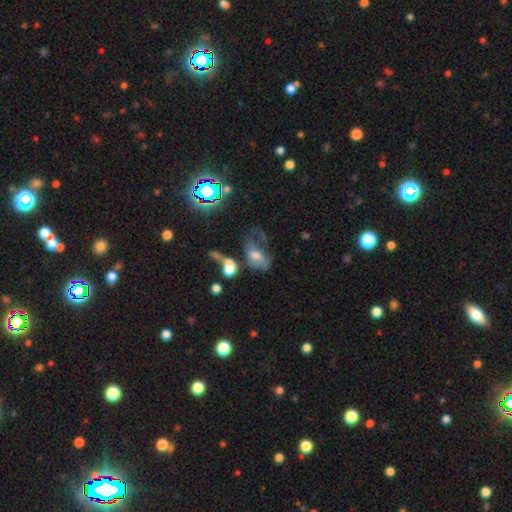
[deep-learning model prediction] Morphology: type=smooth (41%); merging=merger (38%).